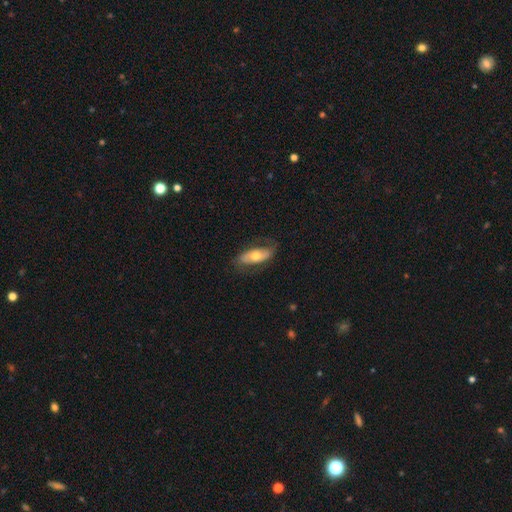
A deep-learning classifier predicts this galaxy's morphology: Smooth or featured? Predicted: featured or disk (p=0.51). Edge-on disk? Predicted: no (p=0.83). Merging? Predicted: none (p=0.71).